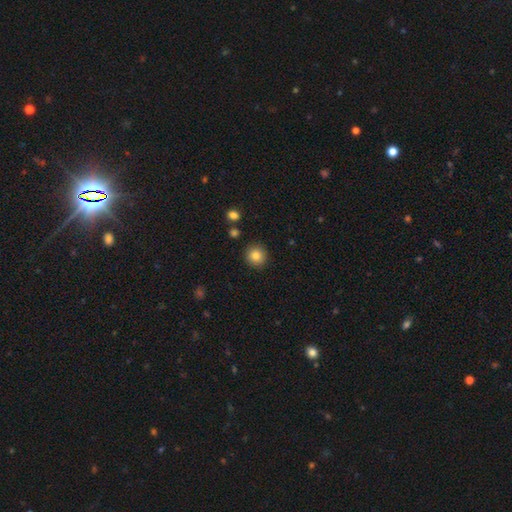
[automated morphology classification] A smooth galaxy with no disk features (84%) that is round (92%).

Vote fractions:
- Smooth or featured? smooth: 84% / star or artifact: 10% / featured or disk: 6%
- How rounded? round: 92% / in between: 7% / cigar-shaped: 1%
- Merging? none: 91% / minor disturbance: 6% / major disturbance: 2% / merger: 2%